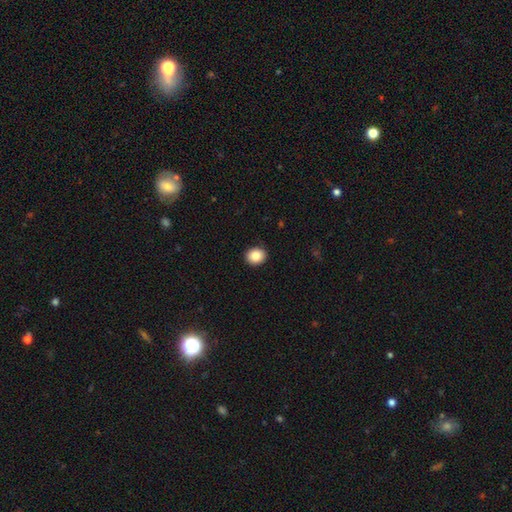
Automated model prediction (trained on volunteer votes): Q: Smooth or featured?
A: smooth (86%); runner-up: star or artifact (9%)
Q: How rounded?
A: round (66%); runner-up: in between (33%)
Q: Merging?
A: none (91%); runner-up: minor disturbance (6%)